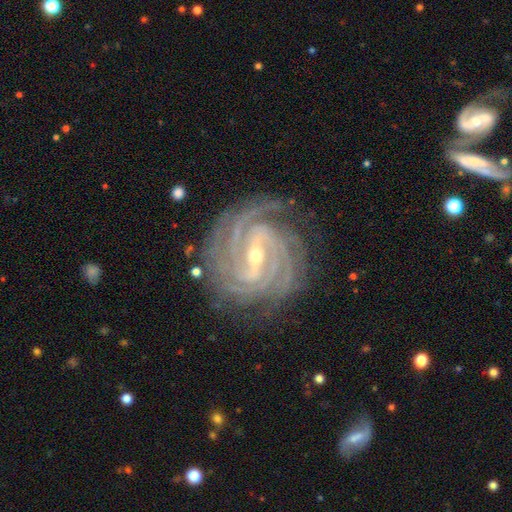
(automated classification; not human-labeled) smooth-or-featured: featured or disk: 94% | star or artifact: 4% | smooth: 2%
  disk-edge-on: no: 98% | yes: 2%
    bar: strong: 55% | weak: 35% | no: 10%
    has-spiral-arms: yes: 99% | no: 1%
      spiral-winding: tight: 79% | medium: 19% | loose: 2%
      spiral-arm-count: 4: 37% | 3: 21% | more than 4: 13% | 2: 11% | can't tell: 11% | 1: 7%
    bulge-size: small: 67% | moderate: 31% | large: 1% | none: 1% | dominant: 1%
  merging: none: 81% | minor disturbance: 13% | major disturbance: 4% | merger: 1%